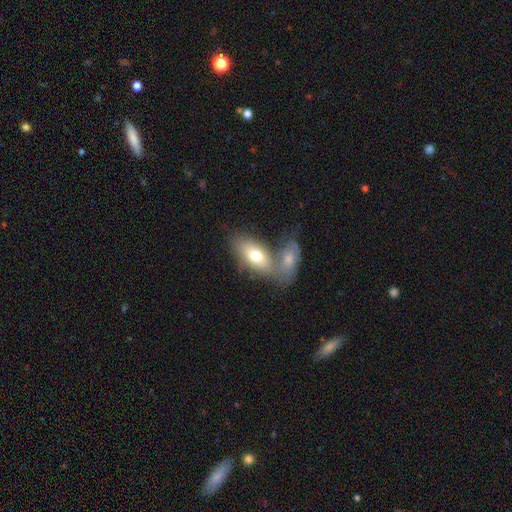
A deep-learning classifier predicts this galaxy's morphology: smooth 69%, featured or disk 25%, star or artifact 6%. Down the decision tree: how rounded — in between (88%); merging — merger (50%).